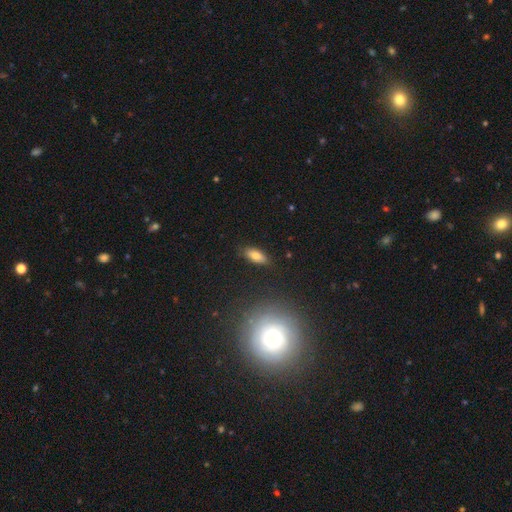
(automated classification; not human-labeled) Smooth or featured: smooth — 79% (featured or disk — 12%)
How rounded: in between — 84% (cigar-shaped — 13%)
Merging: none — 84% (minor disturbance — 12%)